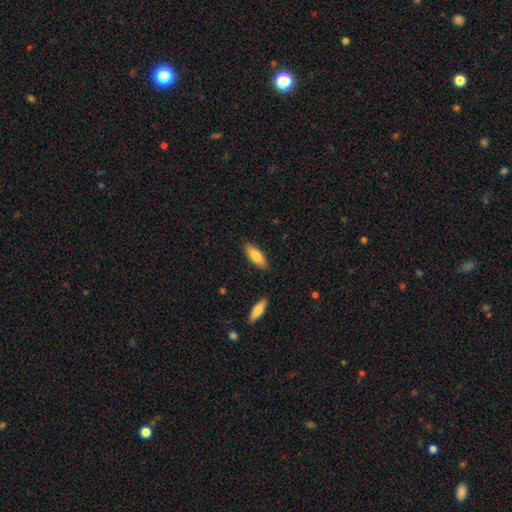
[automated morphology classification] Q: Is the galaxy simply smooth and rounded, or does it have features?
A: smooth — 80%.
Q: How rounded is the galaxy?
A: in between — 63%.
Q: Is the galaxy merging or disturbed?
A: none — 85%.